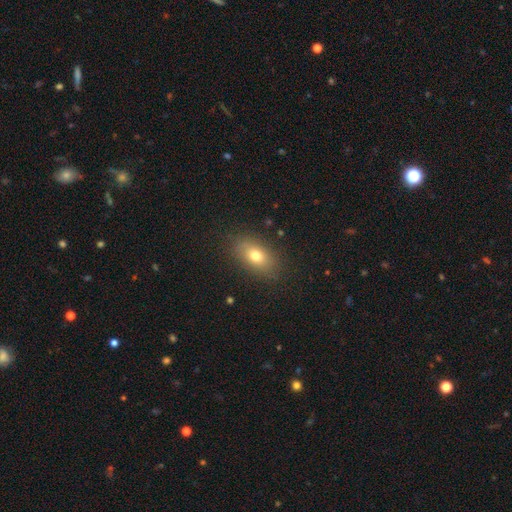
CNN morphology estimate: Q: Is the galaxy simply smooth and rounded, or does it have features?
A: smooth — 74%.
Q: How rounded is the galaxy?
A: in between — 82%.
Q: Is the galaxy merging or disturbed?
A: none — 84%.